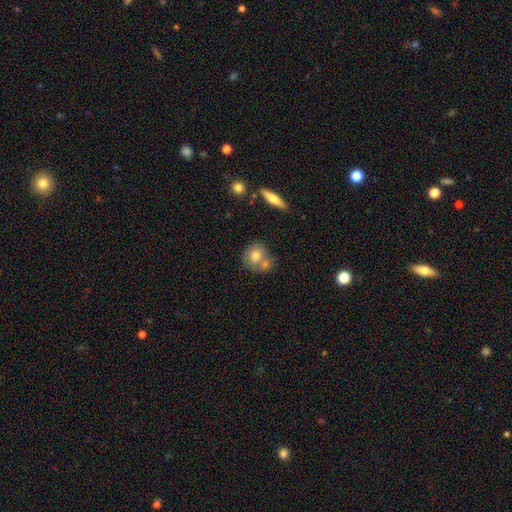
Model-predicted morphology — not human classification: smooth-or-featured: smooth: 74% | featured or disk: 18% | star or artifact: 8%
  how-rounded: round: 78% | in between: 20% | cigar-shaped: 2%
  merging: none: 51% | merger: 35% | minor disturbance: 11% | major disturbance: 3%